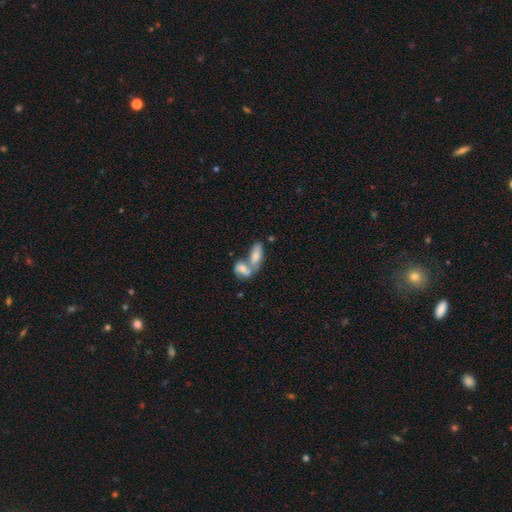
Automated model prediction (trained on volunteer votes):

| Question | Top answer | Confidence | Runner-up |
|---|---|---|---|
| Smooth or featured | smooth | 70% | featured or disk (23%) |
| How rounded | in between | 82% | cigar-shaped (13%) |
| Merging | merger | 68% | none (22%) |